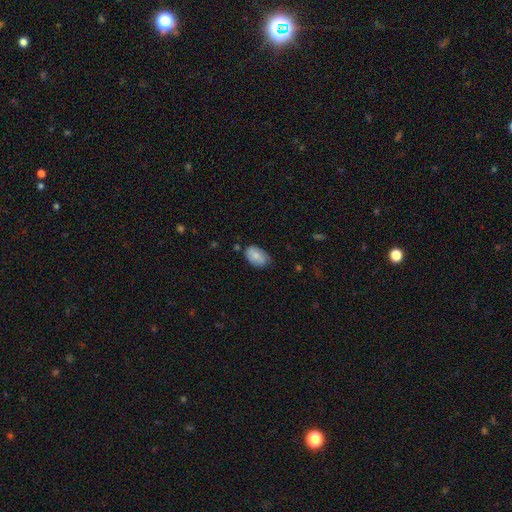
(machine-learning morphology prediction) Smooth or featured?
  - smooth: 75% *
  - featured or disk: 18%
  - star or artifact: 7%
How rounded?
  - in between: 90% *
  - round: 8%
  - cigar-shaped: 1%
Merging?
  - none: 62% *
  - minor disturbance: 30%
  - major disturbance: 5%
  - merger: 3%